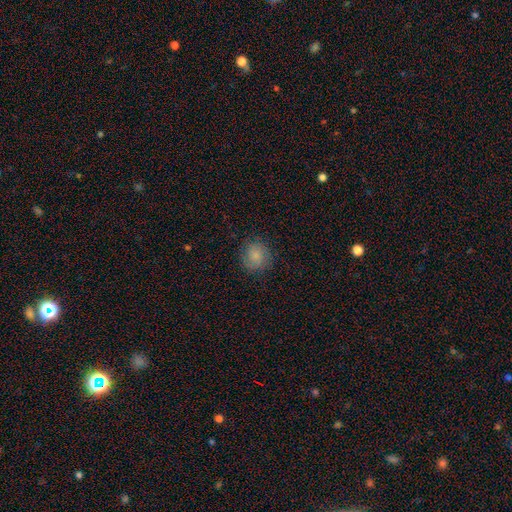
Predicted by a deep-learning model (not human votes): Smooth or featured: smooth — 77% (featured or disk — 14%)
How rounded: round — 85% (in between — 14%)
Merging: none — 83% (minor disturbance — 12%)